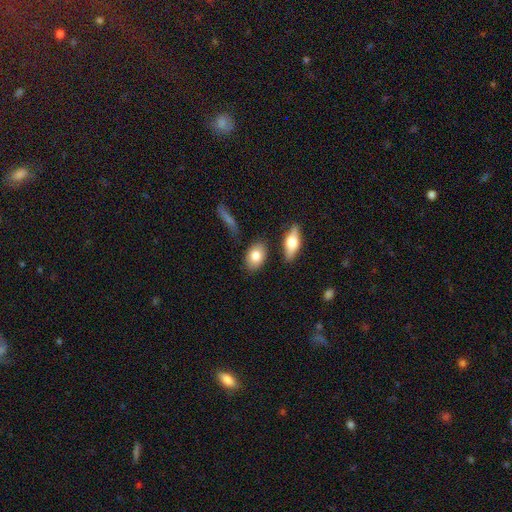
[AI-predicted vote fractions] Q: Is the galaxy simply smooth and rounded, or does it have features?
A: smooth — 79%.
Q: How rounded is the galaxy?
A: in between — 84%.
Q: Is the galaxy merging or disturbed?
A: none — 80%.